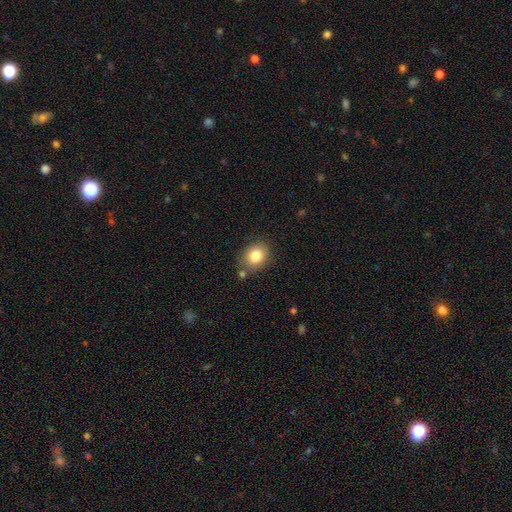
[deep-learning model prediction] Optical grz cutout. It shows a smooth galaxy with no disk features (82%) that is in between round and cigar-shaped (52%). Merging: none (79%).